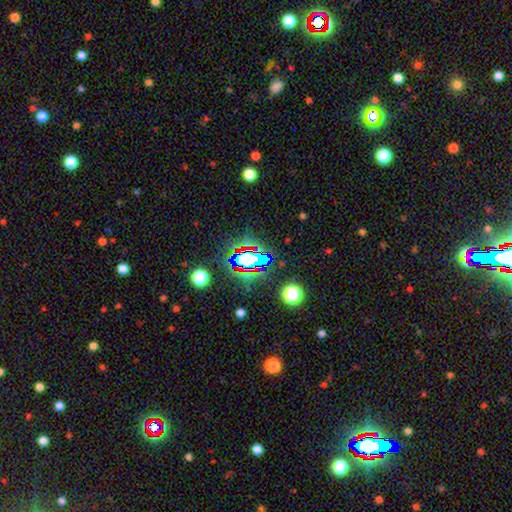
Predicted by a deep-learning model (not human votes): Overall: star or artifact (80%).